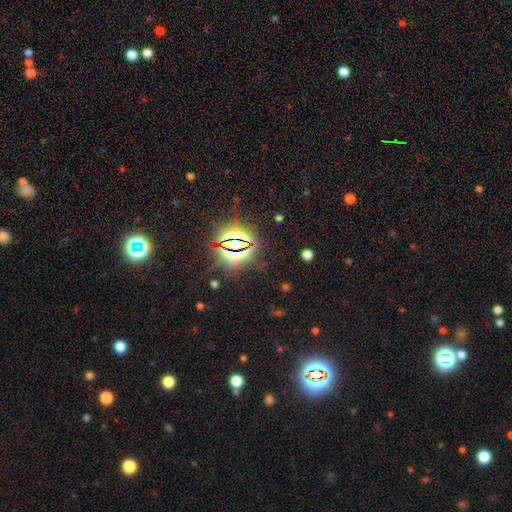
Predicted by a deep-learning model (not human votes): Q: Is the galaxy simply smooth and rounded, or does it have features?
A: star or artifact — 83%.